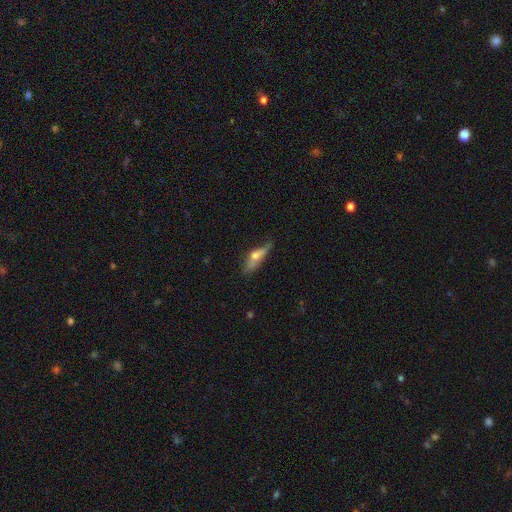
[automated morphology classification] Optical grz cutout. It shows a smooth galaxy with no disk features (55%) that is cigar-shaped (58%). Merging: none (45%).